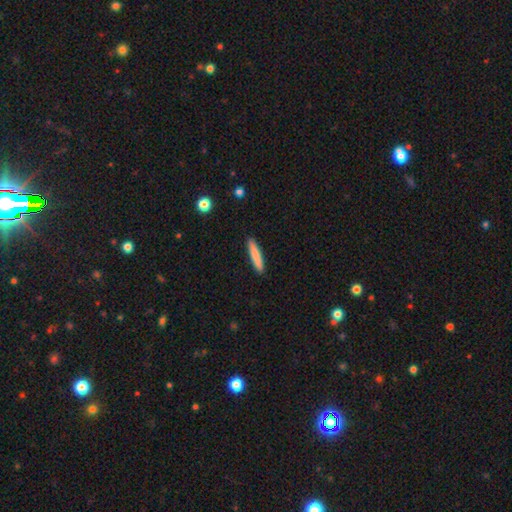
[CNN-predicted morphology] Smooth or featured: smooth — 81% (featured or disk — 13%)
How rounded: cigar-shaped — 92% (in between — 7%)
Merging: none — 92% (minor disturbance — 6%)